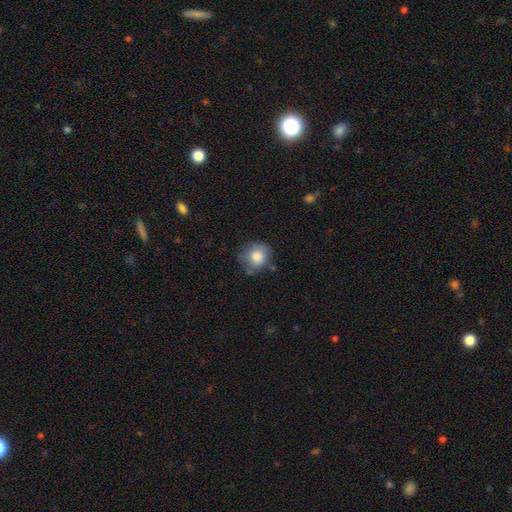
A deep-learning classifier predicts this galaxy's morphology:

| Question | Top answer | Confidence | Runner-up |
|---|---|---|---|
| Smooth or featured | smooth | 82% | featured or disk (9%) |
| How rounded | round | 83% | in between (16%) |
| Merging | none | 67% | minor disturbance (23%) |